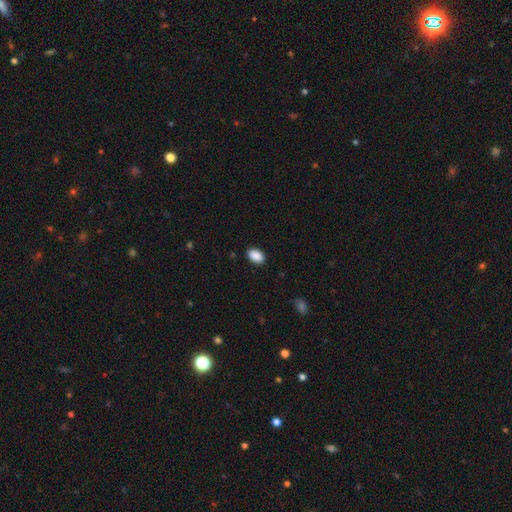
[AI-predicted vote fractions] A smooth galaxy with no disk features (90%) that is in between round and cigar-shaped (89%).

Vote fractions:
- Smooth or featured? smooth: 90% / star or artifact: 7% / featured or disk: 3%
- How rounded? in between: 89% / round: 9% / cigar-shaped: 1%
- Merging? none: 88% / minor disturbance: 9% / major disturbance: 2% / merger: 1%